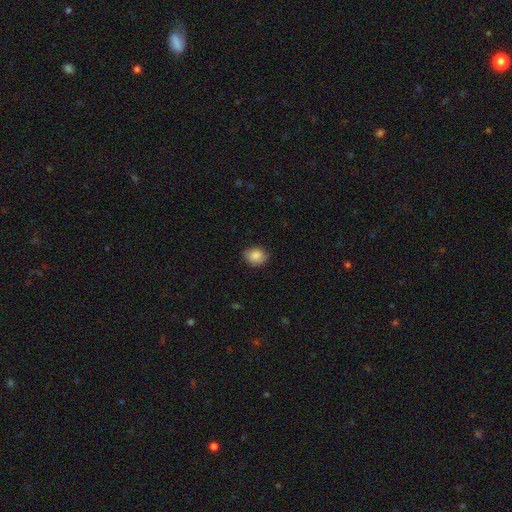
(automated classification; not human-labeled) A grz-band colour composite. It shows a smooth galaxy with no disk features (85%) that is round (53%). Merging: none (78%).